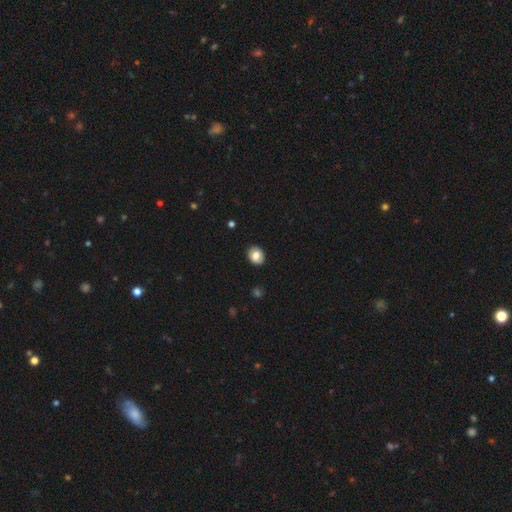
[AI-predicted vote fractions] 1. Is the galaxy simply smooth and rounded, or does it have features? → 78% smooth, 13% featured or disk, 8% star or artifact.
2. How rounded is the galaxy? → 59% round, 40% in between, 1% cigar-shaped.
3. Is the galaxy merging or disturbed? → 89% none, 8% minor disturbance, 2% major disturbance, 1% merger.